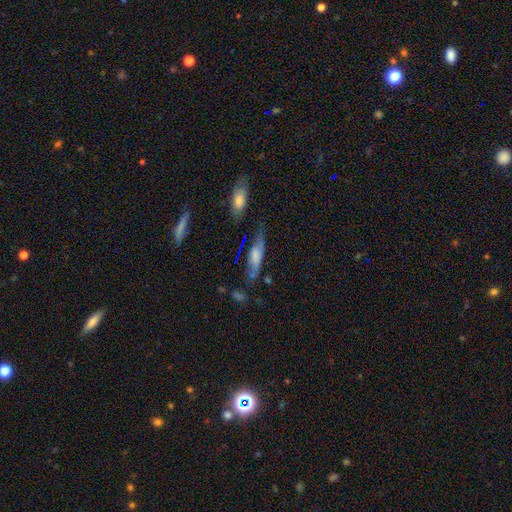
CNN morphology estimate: Smooth or featured: smooth — 58% (featured or disk — 33%)
How rounded: cigar-shaped — 54% (in between — 43%)
Merging: none — 55% (minor disturbance — 25%)